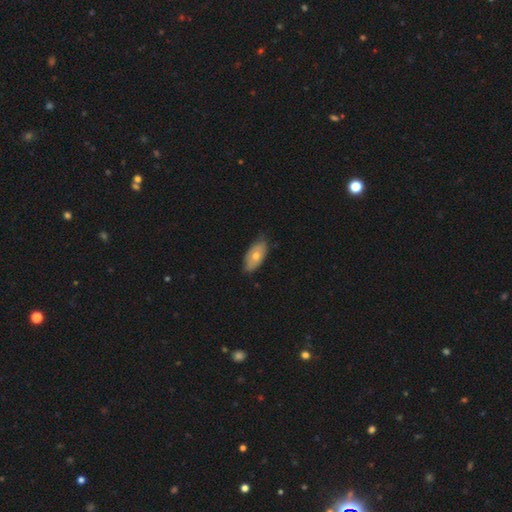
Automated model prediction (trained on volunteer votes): A smooth galaxy with no disk features (62%) that is in between round and cigar-shaped (89%). Merging: none (80%).